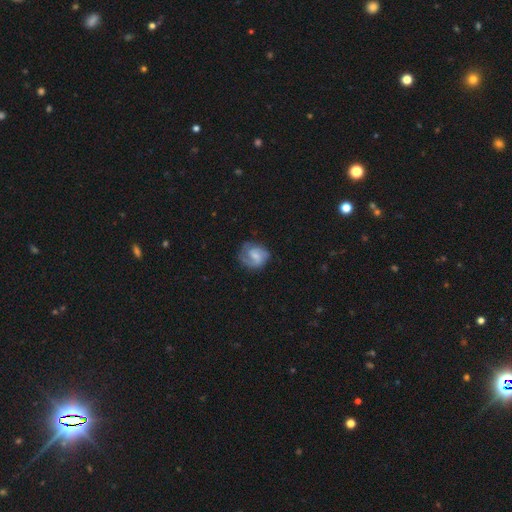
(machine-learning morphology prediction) A featured or disk galaxy (65%) with a weak bar (52%), 2 (72%) medium (46%) spiral arms (90%) and a small central bulge (37%).

Vote fractions:
- Smooth or featured? featured or disk: 65% / smooth: 28% / star or artifact: 7%
- Edge-on disk? no: 98% / yes: 2%
- Bar? weak: 52% / no: 30% / strong: 18%
- Spiral arms? yes: 90% / no: 10%
- Spiral winding? medium: 46% / tight: 33% / loose: 21%
- Spiral arm count? 2: 72% / can't tell: 11% / 1: 9% / 3: 5% / 4: 1% / more than 4: 1%
- Bulge size? small: 37% / none: 28% / moderate: 28% / large: 6% / dominant: 1%
- Merging? none: 68% / minor disturbance: 21% / major disturbance: 10% / merger: 1%